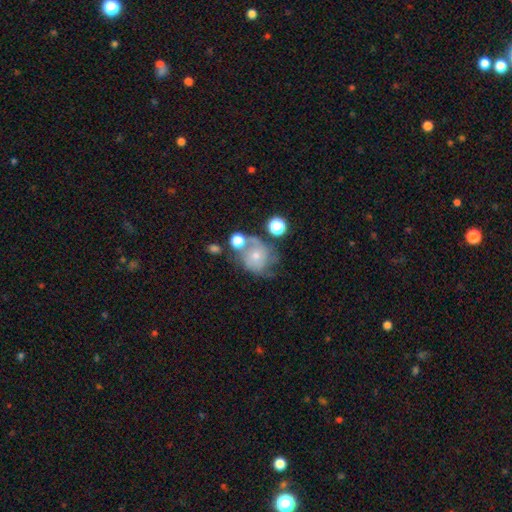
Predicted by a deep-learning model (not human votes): Q: Smooth or featured?
A: featured or disk (53%); runner-up: smooth (36%)
Q: Edge-on disk?
A: no (97%); runner-up: yes (3%)
Q: Bar?
A: no (78%); runner-up: weak (18%)
Q: Spiral arms?
A: yes (77%); runner-up: no (23%)
Q: Bulge size?
A: small (55%); runner-up: moderate (35%)
Q: Merging?
A: none (36%); runner-up: merger (22%)